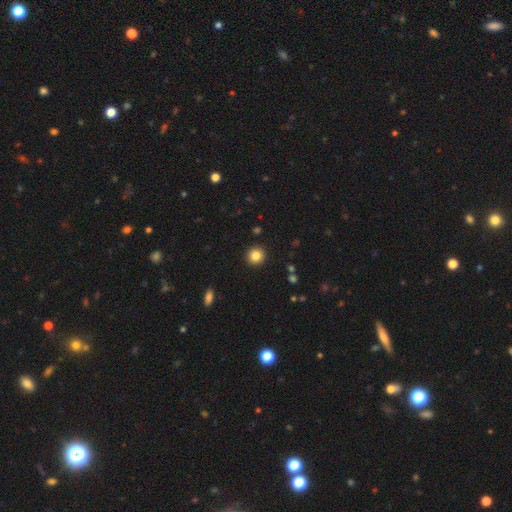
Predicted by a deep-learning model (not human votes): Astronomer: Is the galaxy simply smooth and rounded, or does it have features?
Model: smooth — 84%.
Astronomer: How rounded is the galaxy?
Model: round — 94%.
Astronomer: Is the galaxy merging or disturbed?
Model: none — 92%.